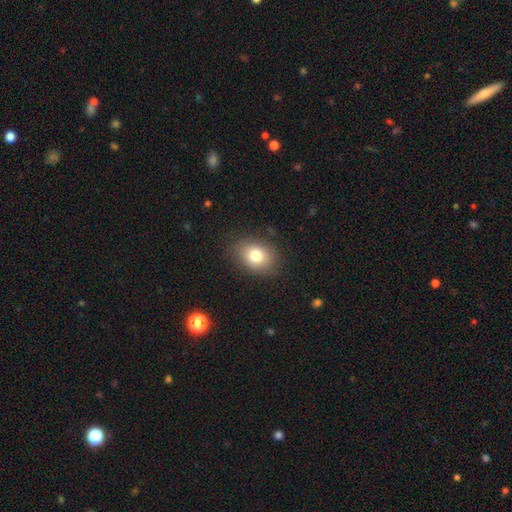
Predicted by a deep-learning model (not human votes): Smooth or featured? Predicted: smooth (p=0.79). How rounded? Predicted: in between (p=0.64). Merging? Predicted: none (p=0.82).